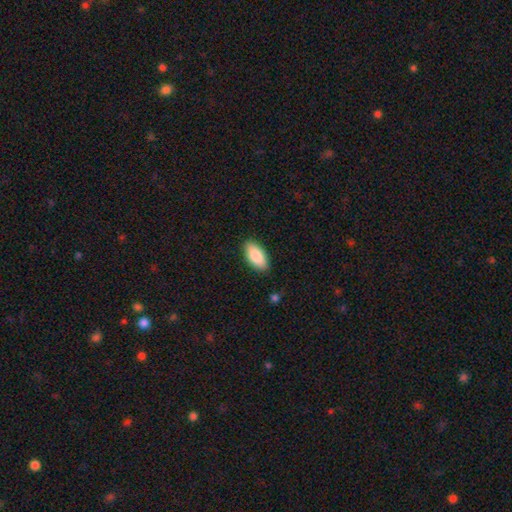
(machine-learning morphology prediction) Q: Smooth or featured?
A: smooth (86%); runner-up: featured or disk (8%)
Q: How rounded?
A: in between (90%); runner-up: cigar-shaped (8%)
Q: Merging?
A: none (88%); runner-up: minor disturbance (9%)